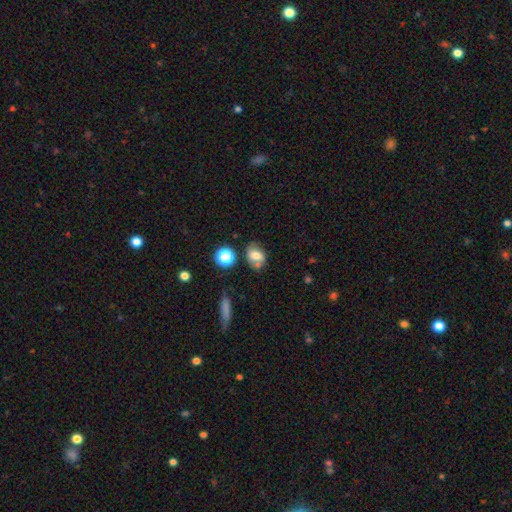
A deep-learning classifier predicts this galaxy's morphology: A smooth galaxy with no disk features (65%) that is in between round and cigar-shaped (68%).

Vote fractions:
- Smooth or featured? smooth: 65% / featured or disk: 22% / star or artifact: 13%
- How rounded? in between: 68% / round: 30% / cigar-shaped: 2%
- Merging? none: 55% / minor disturbance: 21% / merger: 17% / major disturbance: 7%